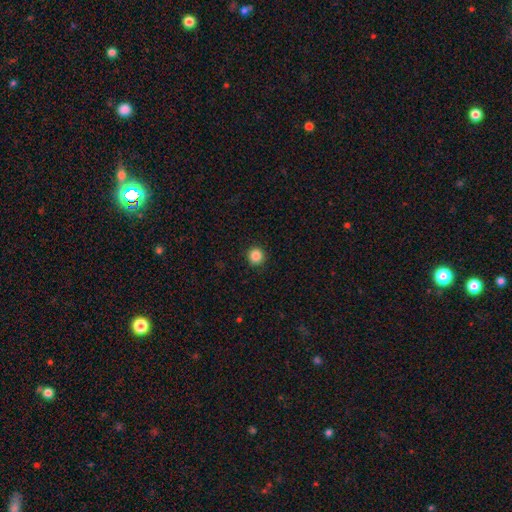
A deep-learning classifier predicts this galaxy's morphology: smooth-or-featured: smooth: 86% | star or artifact: 11% | featured or disk: 3%
  how-rounded: round: 94% | in between: 5% | cigar-shaped: 1%
  merging: none: 91% | minor disturbance: 6% | major disturbance: 2% | merger: 1%